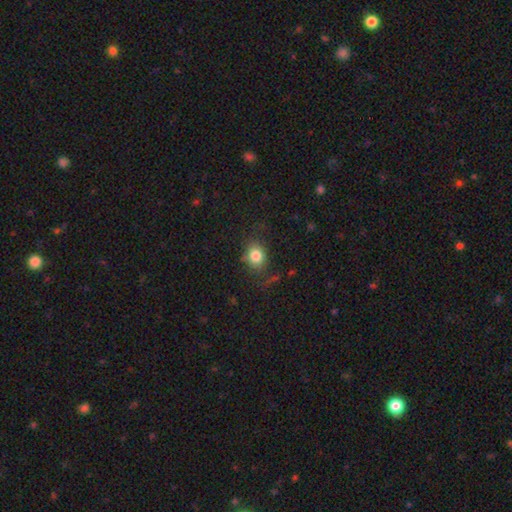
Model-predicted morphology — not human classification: Overall: smooth (80%). How rounded: round (59%; in between 40%). Merging: none (71%).